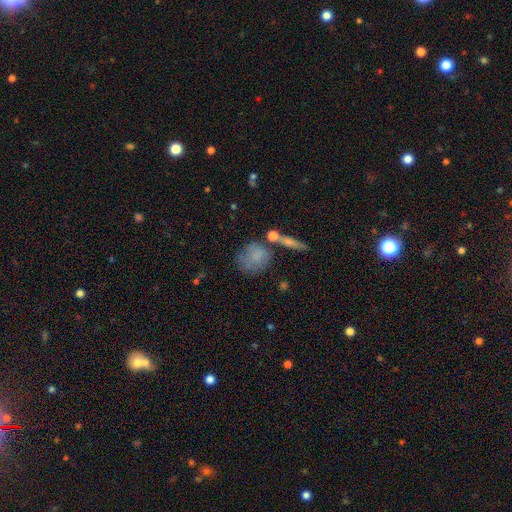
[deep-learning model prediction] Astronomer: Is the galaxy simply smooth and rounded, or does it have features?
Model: smooth — 71%.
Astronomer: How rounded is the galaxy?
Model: round — 71%.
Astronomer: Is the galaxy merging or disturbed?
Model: none — 51%.